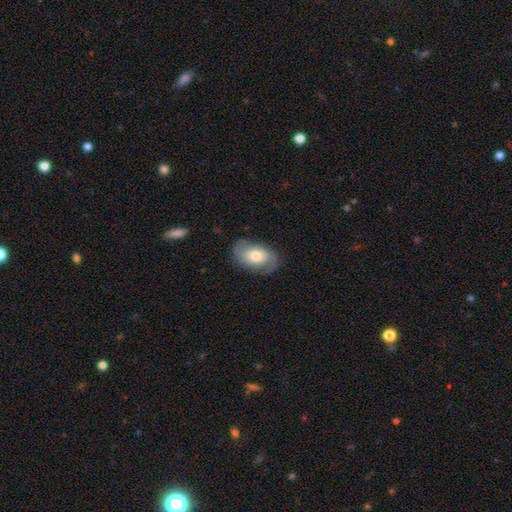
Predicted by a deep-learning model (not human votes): Overall: smooth (50%; featured or disk 43%). How rounded: in between (88%). Merging: none (75%).